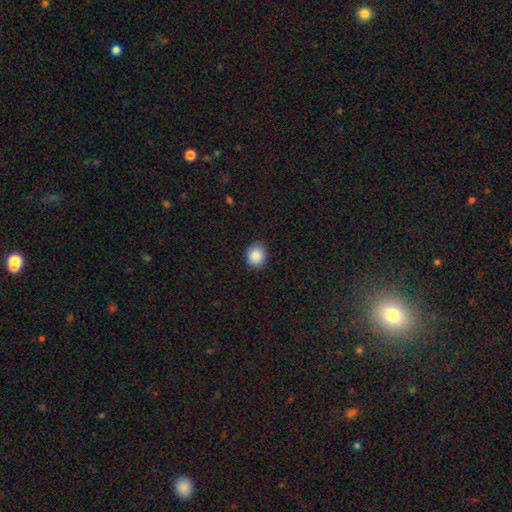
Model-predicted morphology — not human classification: Overall: smooth (88%). How rounded: round (70%). Merging: none (87%).